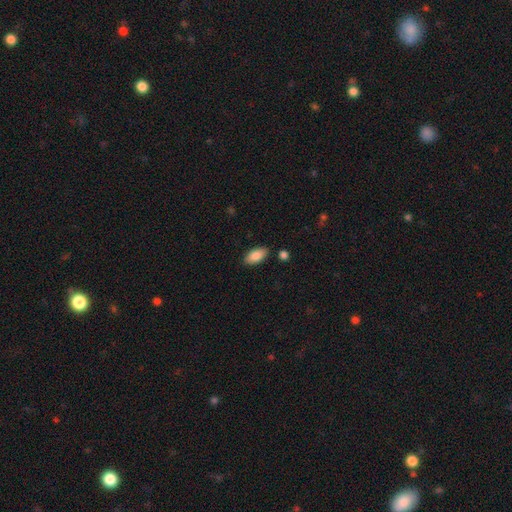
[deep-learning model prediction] Smooth or featured? Predicted: smooth (p=0.86). How rounded? Predicted: in between (p=0.92). Merging? Predicted: none (p=0.85).